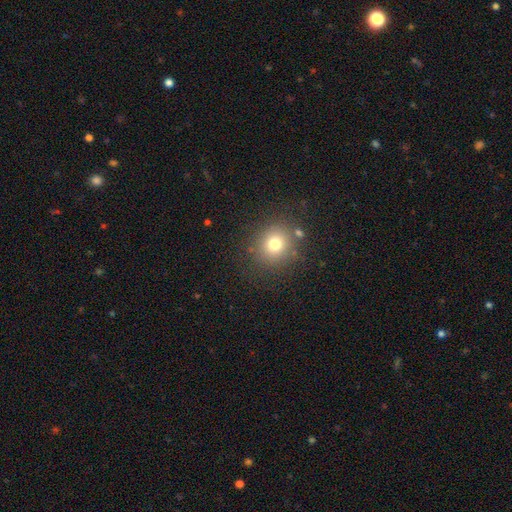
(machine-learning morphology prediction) smooth_or_featured: smooth (p=0.65) [alt: star or artifact p=0.28]
how_rounded: round (p=0.89) [alt: in between p=0.10]
merging: none (p=0.89) [alt: minor disturbance p=0.06]